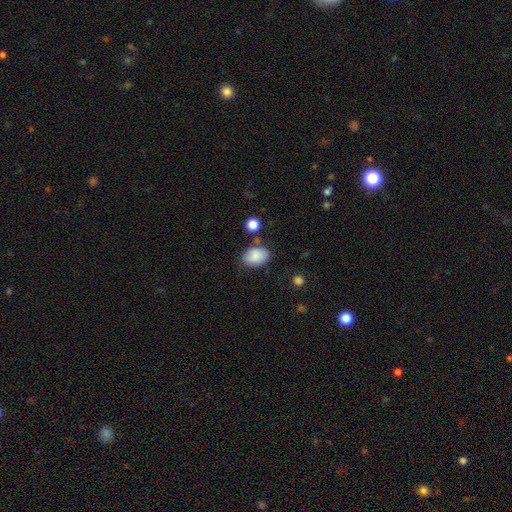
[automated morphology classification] smooth-or-featured: smooth: 88% | star or artifact: 7% | featured or disk: 5%
  how-rounded: in between: 83% | round: 16% | cigar-shaped: 1%
  merging: none: 75% | minor disturbance: 15% | merger: 6% | major disturbance: 4%